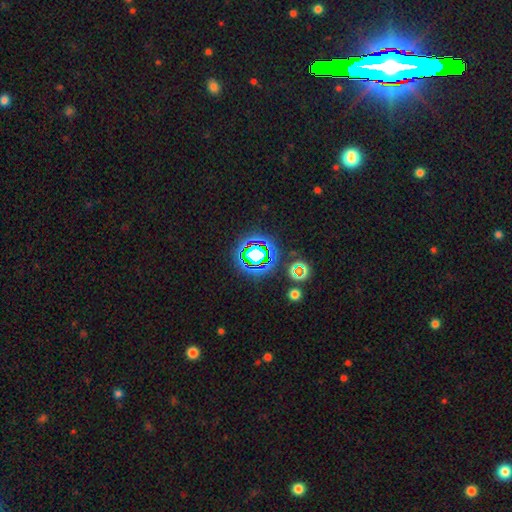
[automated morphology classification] Overall: star or artifact (64%).